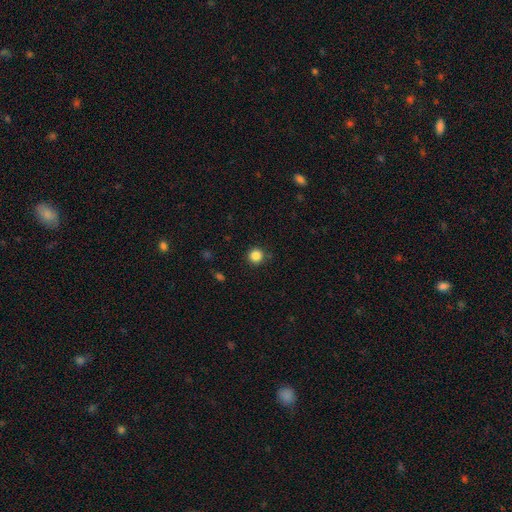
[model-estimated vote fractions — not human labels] smooth 85%, star or artifact 11%, featured or disk 3%. Down the decision tree: how rounded — round (95%); merging — none (88%).